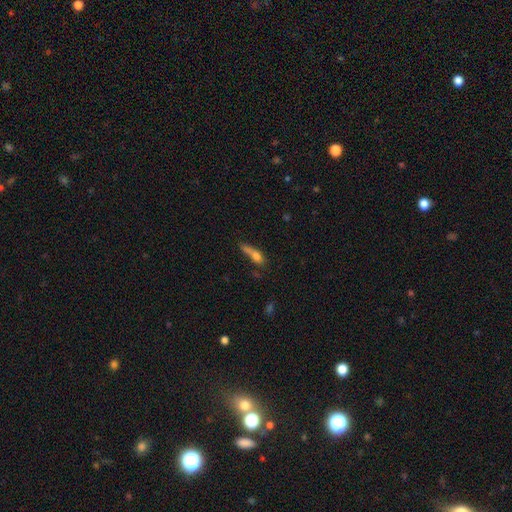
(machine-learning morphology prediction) A smooth galaxy with no disk features (67%) that is cigar-shaped (55%). Merging: none (31%).